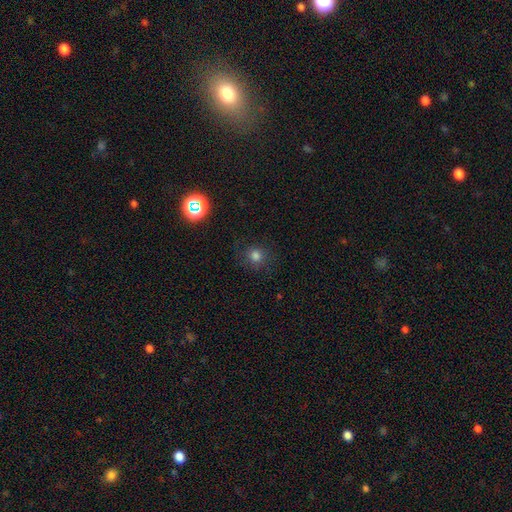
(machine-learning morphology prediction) Smooth or featured? Predicted: smooth (p=0.78). How rounded? Predicted: round (p=0.88). Merging? Predicted: none (p=0.82).